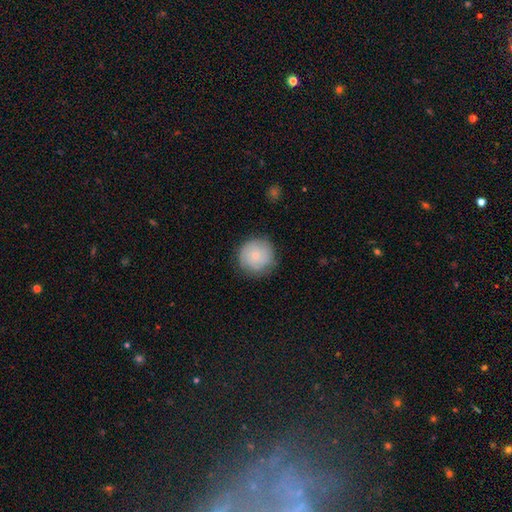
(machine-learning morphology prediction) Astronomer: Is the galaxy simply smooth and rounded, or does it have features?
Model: smooth — 59% (runner-up: featured or disk, 34%).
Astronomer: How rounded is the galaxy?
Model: round — 94%.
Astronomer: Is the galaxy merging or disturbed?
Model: none — 81%.